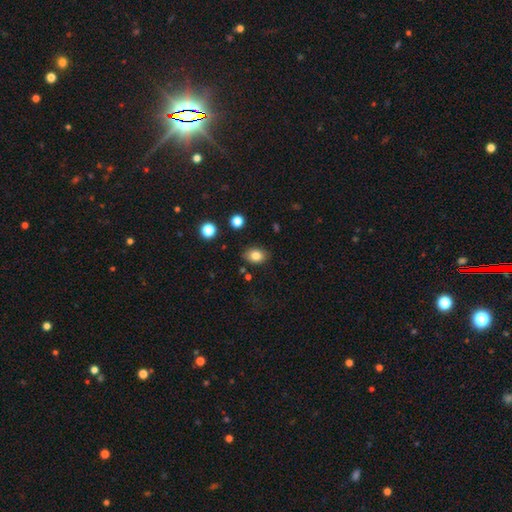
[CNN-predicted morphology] type=smooth (83%); roundness=in between (64%); merging=none (83%).